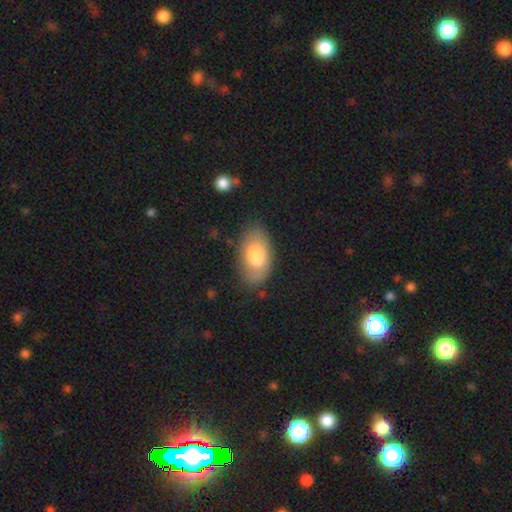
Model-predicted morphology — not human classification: Overall: smooth (75%). How rounded: in between (94%). Merging: none (73%).